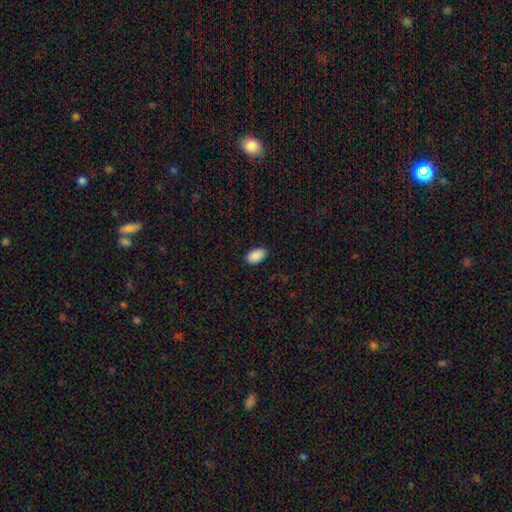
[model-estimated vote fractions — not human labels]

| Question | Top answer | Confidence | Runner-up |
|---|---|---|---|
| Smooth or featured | smooth | 91% | star or artifact (7%) |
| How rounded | in between | 94% | round (4%) |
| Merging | none | 89% | minor disturbance (9%) |